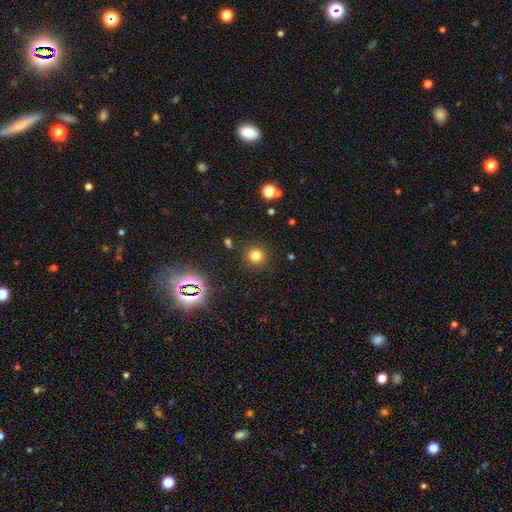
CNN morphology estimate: Q: Smooth or featured?
A: smooth (77%); runner-up: star or artifact (18%)
Q: How rounded?
A: round (93%); runner-up: in between (6%)
Q: Merging?
A: none (89%); runner-up: minor disturbance (6%)